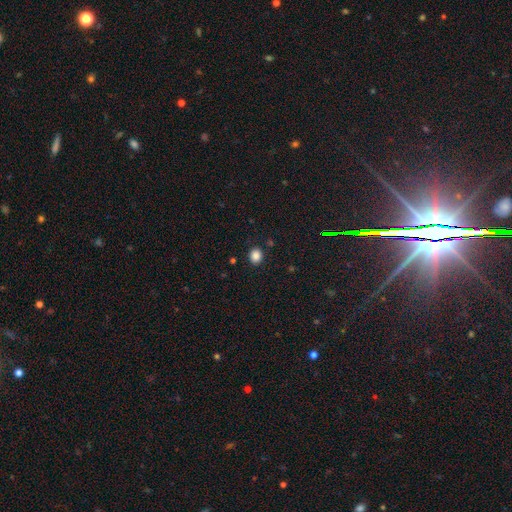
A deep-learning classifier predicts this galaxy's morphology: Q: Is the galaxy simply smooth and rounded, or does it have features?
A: smooth — 85%.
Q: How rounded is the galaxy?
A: round — 69%.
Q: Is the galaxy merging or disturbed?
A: none — 89%.